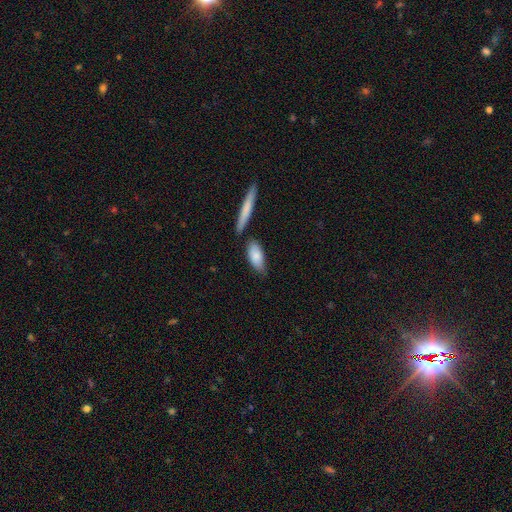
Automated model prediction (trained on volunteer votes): Q: Smooth or featured?
A: smooth (82%); runner-up: featured or disk (12%)
Q: How rounded?
A: in between (77%); runner-up: cigar-shaped (20%)
Q: Merging?
A: none (67%); runner-up: minor disturbance (17%)